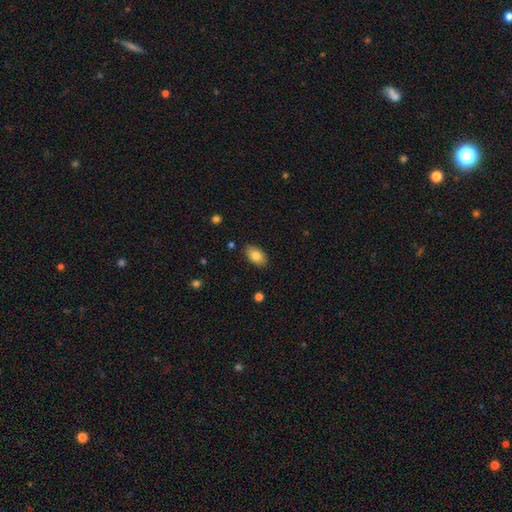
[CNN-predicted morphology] Smooth or featured?
  - smooth: 82% *
  - featured or disk: 10%
  - star or artifact: 8%
How rounded?
  - in between: 92% *
  - round: 7%
  - cigar-shaped: 2%
Merging?
  - none: 86% *
  - minor disturbance: 10%
  - major disturbance: 2%
  - merger: 1%